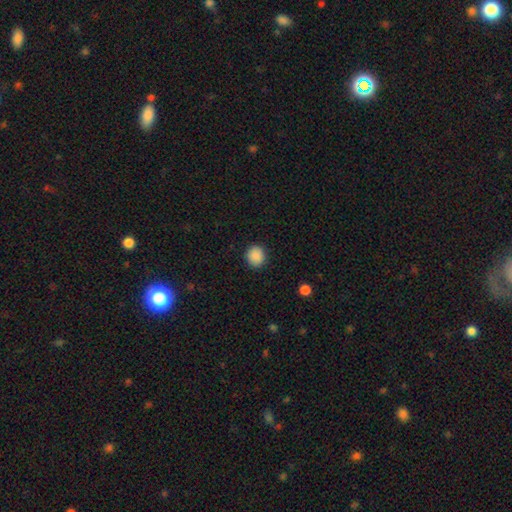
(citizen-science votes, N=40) This is clearly a smooth galaxy (98%). How rounded: clearly round (87%). Merging: clearly none (95%).